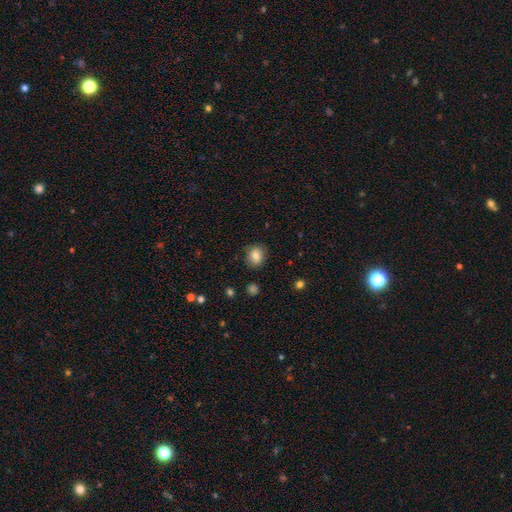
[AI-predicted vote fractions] The model was most divided on "how rounded": round: 59%, in between: 40%, cigar-shaped: 1%. More confident: merging — none (84%); smooth or featured — smooth (81%).